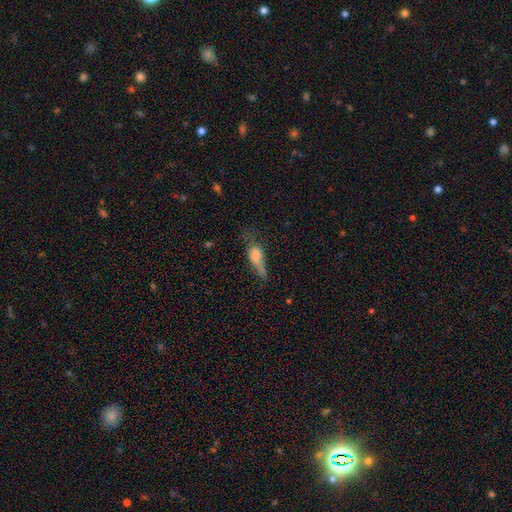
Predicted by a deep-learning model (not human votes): A smooth galaxy with no disk features (52%) that is cigar-shaped (45%, tied with in between). Merging: none (36%).